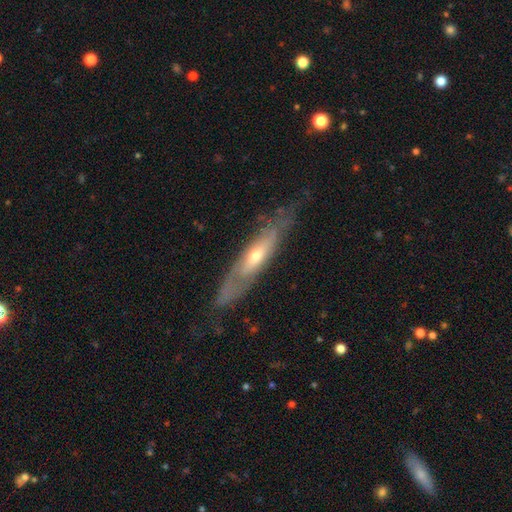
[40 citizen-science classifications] This appears to be a featured or disk galaxy (75%) with no bar (88%), 2 (44%, tied with can't tell) medium (44%) spiral arms (53%) and a small central bulge (65%). Merging: none (64%).